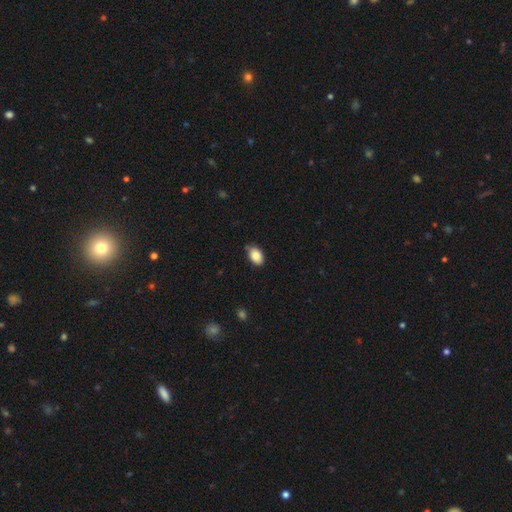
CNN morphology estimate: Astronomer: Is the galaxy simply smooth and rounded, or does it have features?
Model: smooth — 85%.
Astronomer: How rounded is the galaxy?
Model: in between — 88%.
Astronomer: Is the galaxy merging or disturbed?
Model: none — 78%.